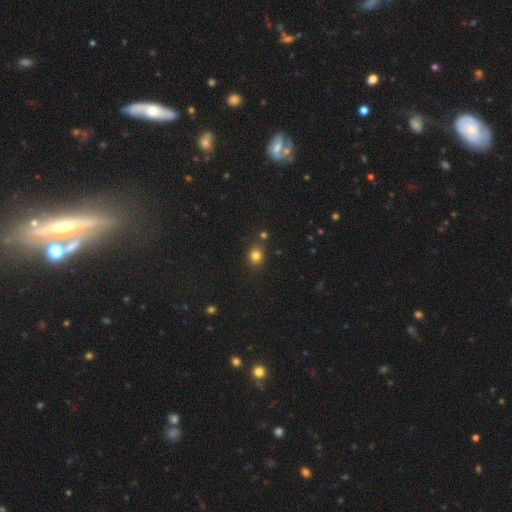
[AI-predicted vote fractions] smooth 80%, star or artifact 14%, featured or disk 6%. Down the decision tree: how rounded — round (70%); merging — none (77%).